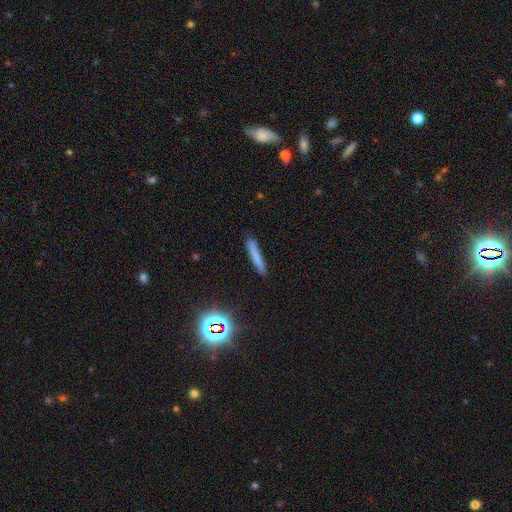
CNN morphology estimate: Q: Smooth or featured?
A: smooth (71%); runner-up: featured or disk (16%)
Q: How rounded?
A: cigar-shaped (94%); runner-up: in between (4%)
Q: Merging?
A: none (85%); runner-up: minor disturbance (11%)